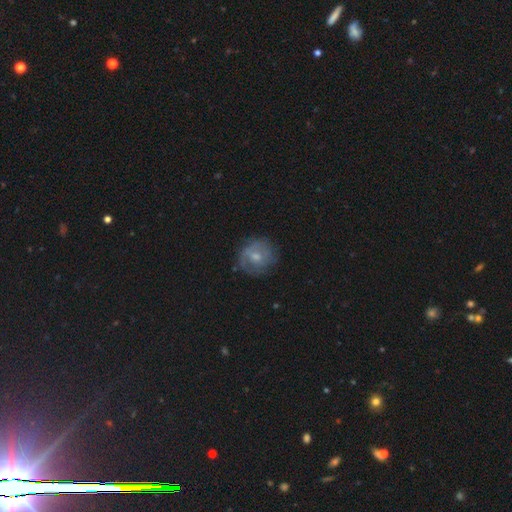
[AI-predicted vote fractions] A featured or disk galaxy (55%) with no bar (53%), spiral arms (70%) and a moderate central bulge (52%). Merging: none (69%).